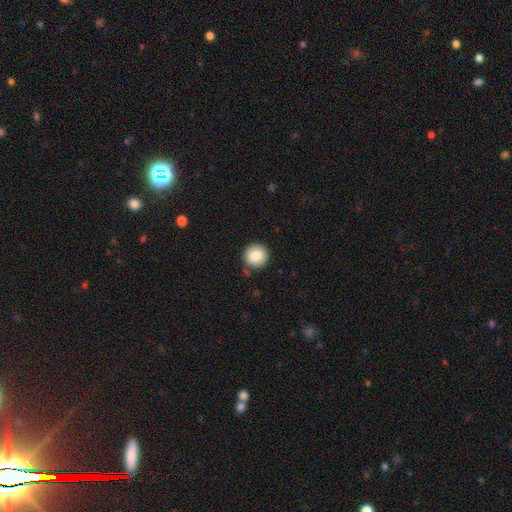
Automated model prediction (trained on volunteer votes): The model was most divided on "smooth or featured": smooth: 84%, star or artifact: 8%, featured or disk: 8%. More confident: how rounded — round (96%); merging — none (88%).